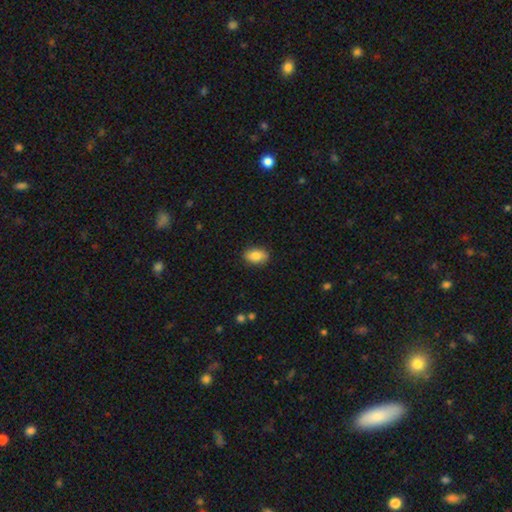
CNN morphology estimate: Smooth or featured? Predicted: smooth (p=0.85). How rounded? Predicted: in between (p=0.90). Merging? Predicted: none (p=0.87).